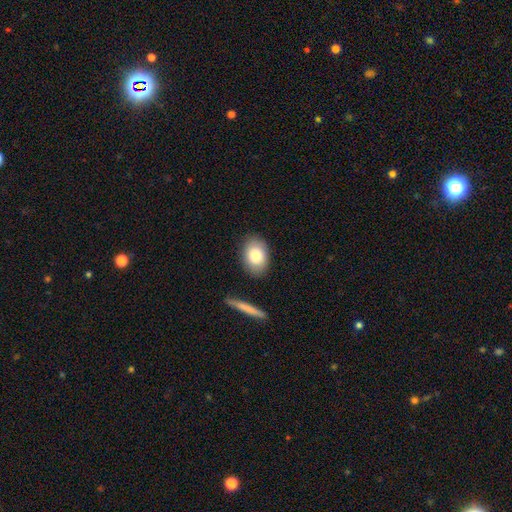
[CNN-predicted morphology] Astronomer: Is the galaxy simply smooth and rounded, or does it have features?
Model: smooth — 83%.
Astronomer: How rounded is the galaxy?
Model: in between — 82%.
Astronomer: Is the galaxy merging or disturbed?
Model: none — 84%.